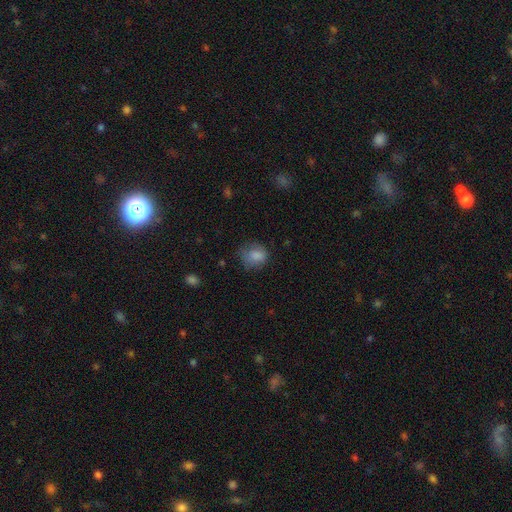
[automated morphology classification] Overall: smooth (81%). How rounded: round (61%; in between 38%). Merging: none (57%; minor disturbance 28%).